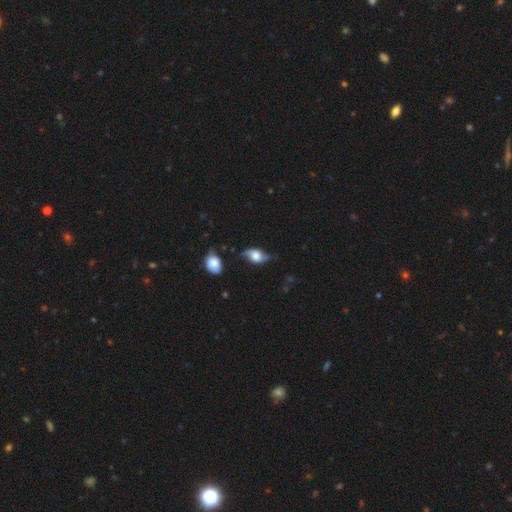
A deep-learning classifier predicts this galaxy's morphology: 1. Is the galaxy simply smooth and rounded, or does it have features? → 54% featured or disk, 37% smooth, 9% star or artifact.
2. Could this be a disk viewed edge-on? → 87% no, 13% yes.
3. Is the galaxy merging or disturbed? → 54% none, 29% minor disturbance, 13% major disturbance, 4% merger.